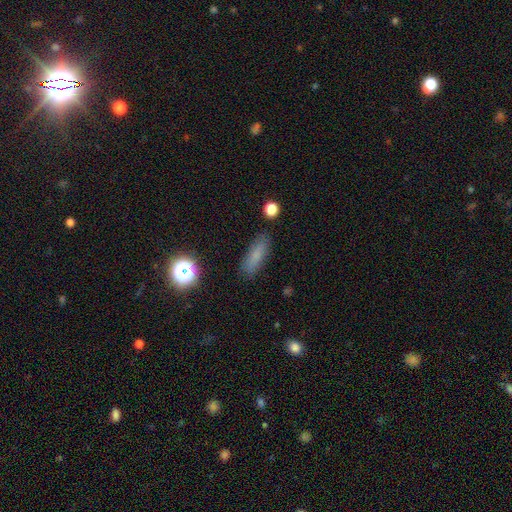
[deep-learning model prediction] smooth 77%, star or artifact 12%, featured or disk 11%. Down the decision tree: how rounded — in between (49%); merging — none (85%).